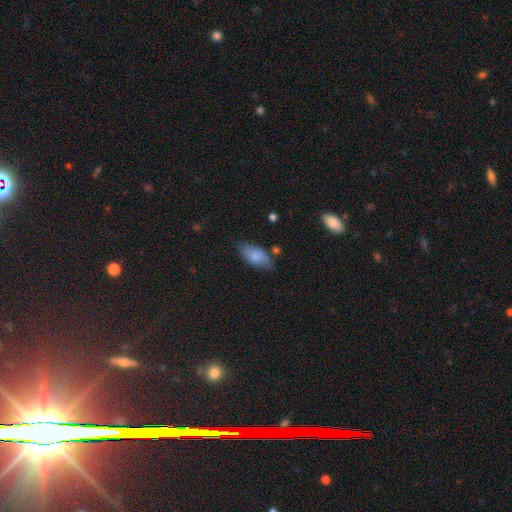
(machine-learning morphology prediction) Overall: smooth (76%). How rounded: in between (90%). Merging: none (70%).